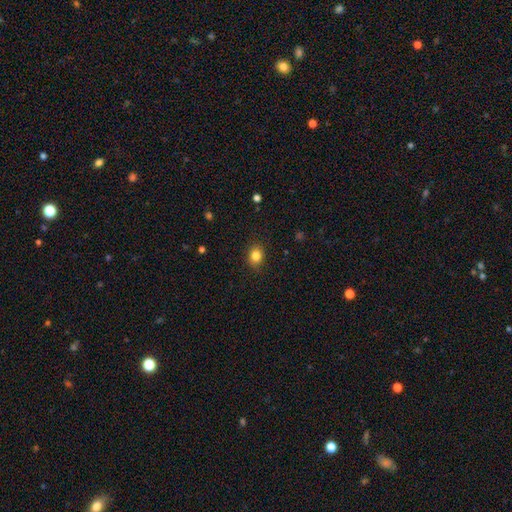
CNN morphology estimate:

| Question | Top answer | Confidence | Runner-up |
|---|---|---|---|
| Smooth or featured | smooth | 84% | star or artifact (11%) |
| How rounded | round | 54% | in between (45%) |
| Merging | none | 88% | minor disturbance (9%) |